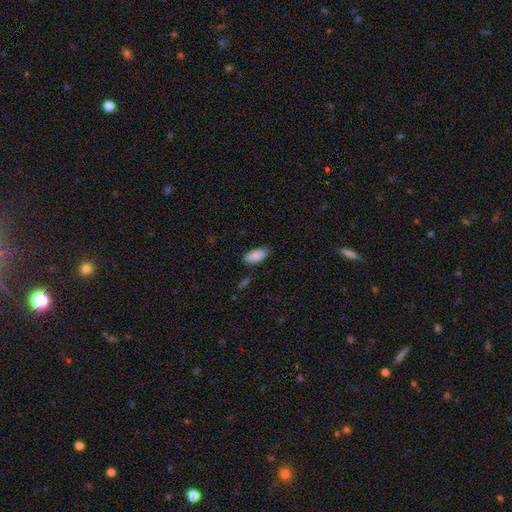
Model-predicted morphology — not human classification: This is clearly a smooth galaxy (89%). How rounded: clearly in between (93%). Merging: clearly none (85%).